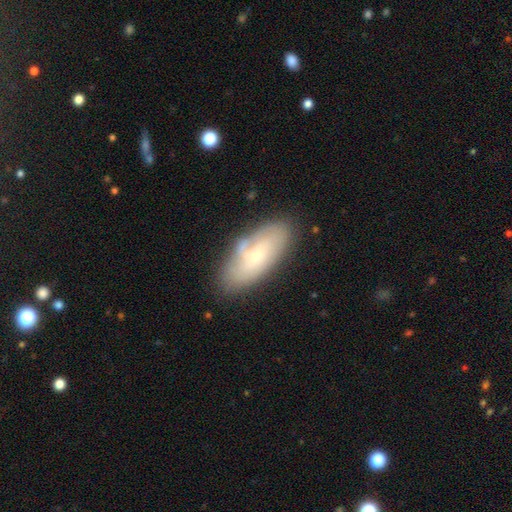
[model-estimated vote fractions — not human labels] Overall: featured or disk (52%; smooth 41%). Edge-on disk: no (88%). Merging: none (69%).